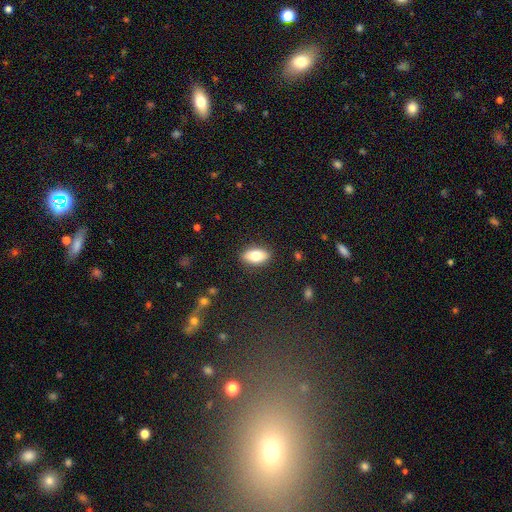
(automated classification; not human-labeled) Smooth or featured? smooth (78%)
How rounded? in between (91%)
Merging? none (88%)